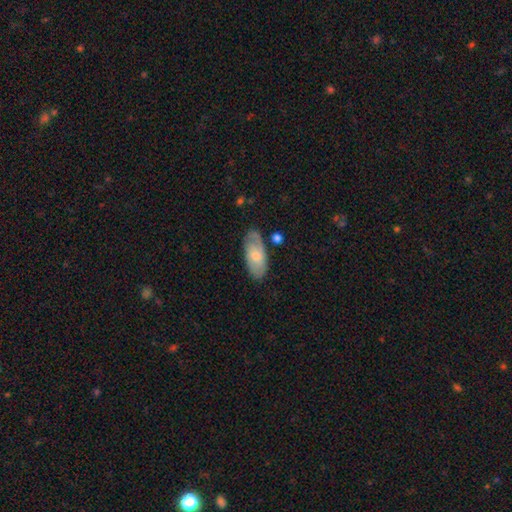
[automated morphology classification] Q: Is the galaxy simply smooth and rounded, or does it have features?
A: smooth — 56%.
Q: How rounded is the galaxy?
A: in between — 88%.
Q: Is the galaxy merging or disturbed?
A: none — 75%.